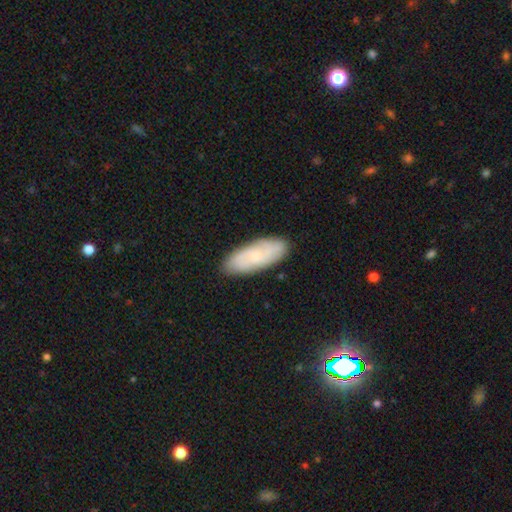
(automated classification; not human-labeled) This appears to be a smooth galaxy with no disk features (55%) that is in between round and cigar-shaped (74%). Merging: none (84%).